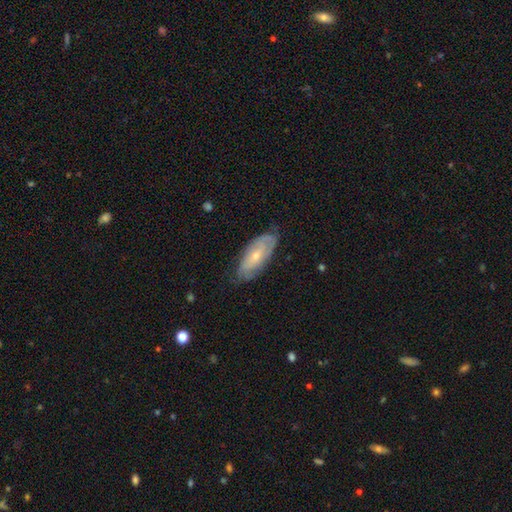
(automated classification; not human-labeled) A featured or disk galaxy (56%).

Vote fractions:
- Smooth or featured? featured or disk: 56% / smooth: 38% / star or artifact: 6%
- Edge-on disk? no: 85% / yes: 15%
- Merging? none: 70% / minor disturbance: 23% / major disturbance: 5% / merger: 1%